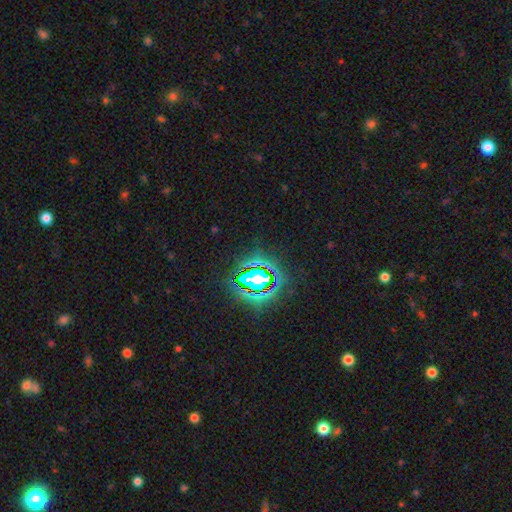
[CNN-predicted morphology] Smooth or featured: star or artifact — 83% (smooth — 10%)